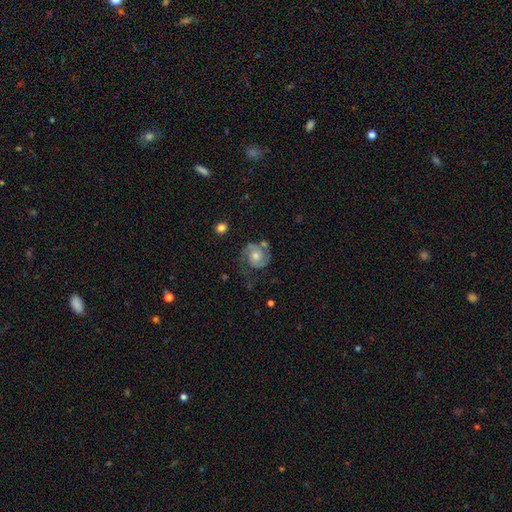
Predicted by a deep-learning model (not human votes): smooth-or-featured: featured or disk: 86% | smooth: 8% | star or artifact: 6%
  disk-edge-on: no: 98% | yes: 2%
    bar: no: 71% | weak: 24% | strong: 5%
    has-spiral-arms: yes: 97% | no: 3%
      spiral-winding: tight: 48% | medium: 43% | loose: 9%
      spiral-arm-count: 2: 88% | can't tell: 4% | 1: 4% | 3: 2% | 4: 1% | more than 4: 1%
    bulge-size: moderate: 62% | small: 30% | large: 5% | none: 3% | dominant: 1%
  merging: none: 71% | minor disturbance: 18% | major disturbance: 8% | merger: 4%